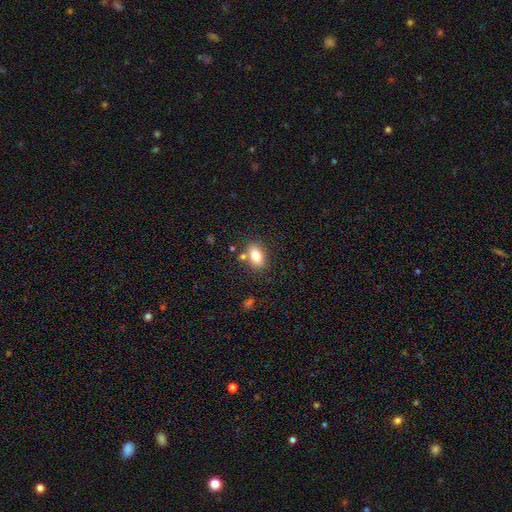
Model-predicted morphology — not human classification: Q: Smooth or featured?
A: smooth (78%); runner-up: featured or disk (13%)
Q: How rounded?
A: in between (84%); runner-up: round (13%)
Q: Merging?
A: none (75%); runner-up: minor disturbance (12%)